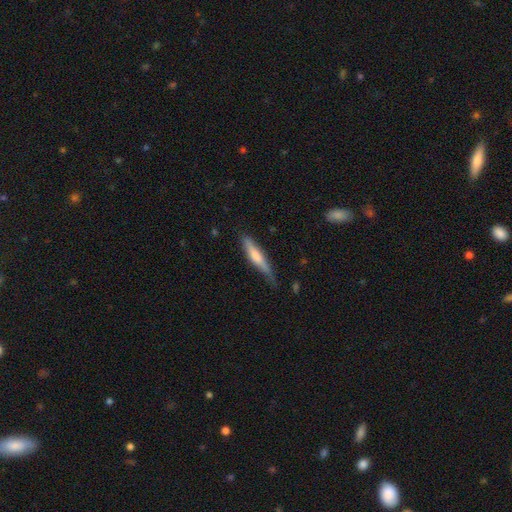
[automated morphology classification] This is possibly a smooth galaxy (53%). How rounded: clearly cigar-shaped (87%). Merging: likely none (61%).